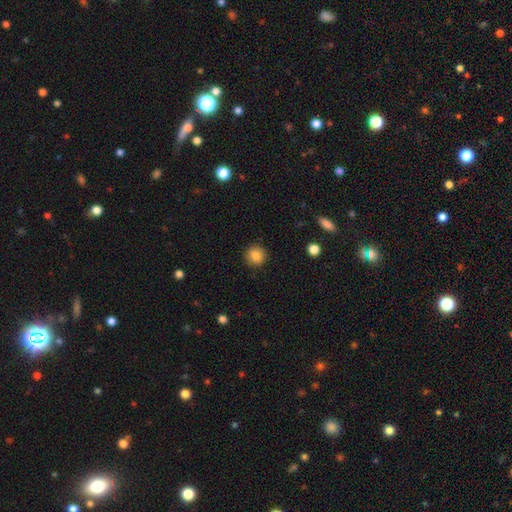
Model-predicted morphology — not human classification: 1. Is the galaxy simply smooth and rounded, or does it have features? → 85% smooth, 9% star or artifact, 6% featured or disk.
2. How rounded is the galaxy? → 92% round, 7% in between, 1% cigar-shaped.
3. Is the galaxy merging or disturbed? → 91% none, 6% minor disturbance, 2% major disturbance, 1% merger.